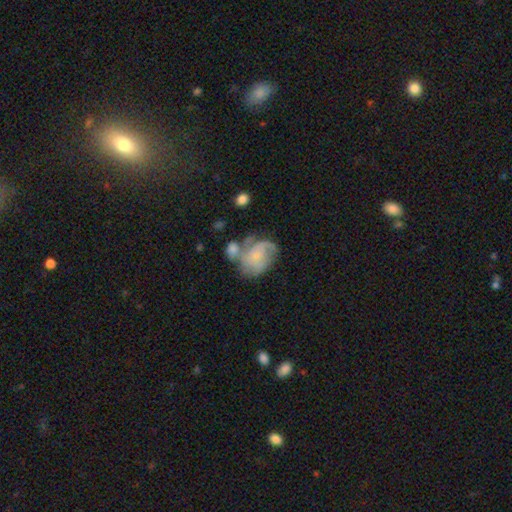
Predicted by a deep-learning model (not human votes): Morphology: type=featured or disk (63%); edge-on=no (98%); bar=no (73%); spiral arms=yes (84%); winding=medium (42%); arm count=2 (35%); bulge=small (70%); merging=none (32%).